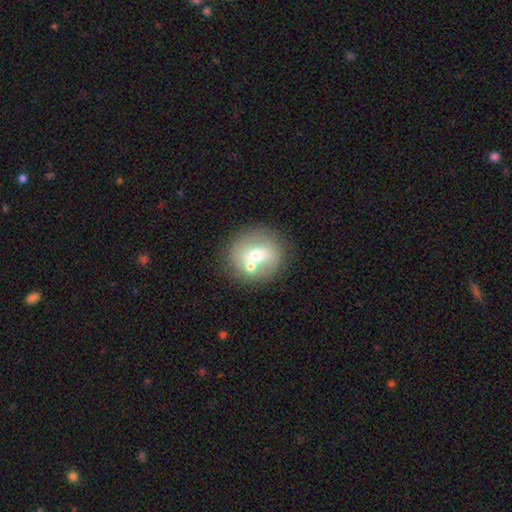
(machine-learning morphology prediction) Q: Smooth or featured?
A: smooth (52%); runner-up: featured or disk (38%)
Q: How rounded?
A: round (85%); runner-up: in between (14%)
Q: Merging?
A: none (64%); runner-up: merger (21%)